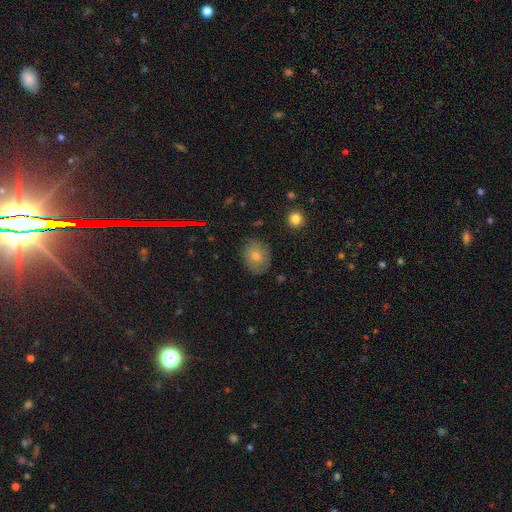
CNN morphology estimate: Smooth or featured? Predicted: smooth (p=0.53). How rounded? Predicted: in between (p=0.50). Merging? Predicted: none (p=0.82).